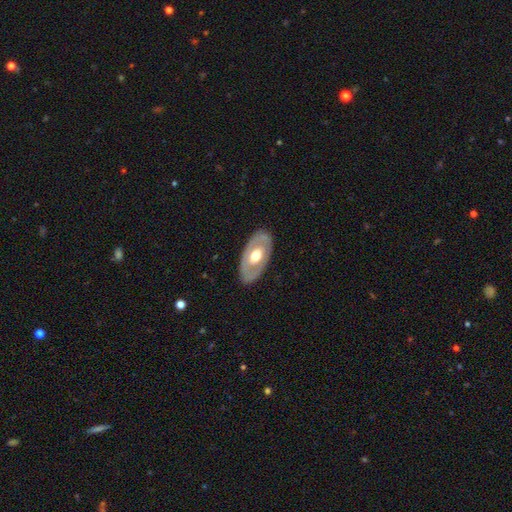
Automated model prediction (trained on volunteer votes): Overall: featured or disk (59%; smooth 37%). Edge-on disk: no (86%). Bar: no (78%). Spiral arms: no (80%). Bulge size: moderate (69%). Merging: none (84%).